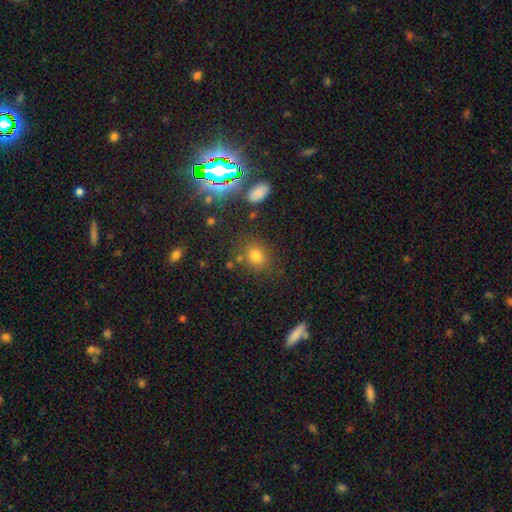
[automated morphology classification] The model was most divided on "how rounded": round: 65%, in between: 34%, cigar-shaped: 1%. More confident: merging — none (76%); smooth or featured — smooth (75%).